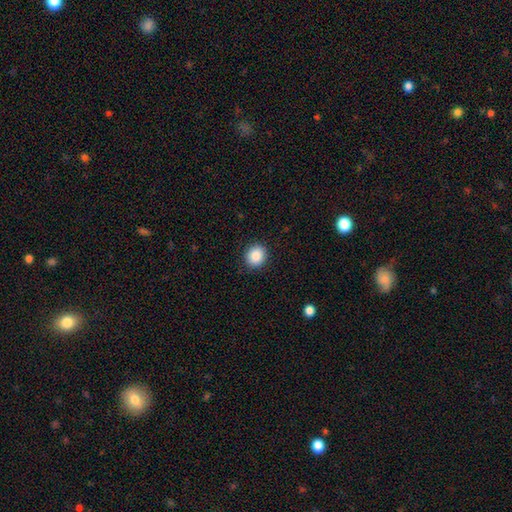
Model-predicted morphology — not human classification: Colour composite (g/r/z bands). It shows a smooth galaxy with no disk features (87%) that is round (81%). Merging: none (90%).